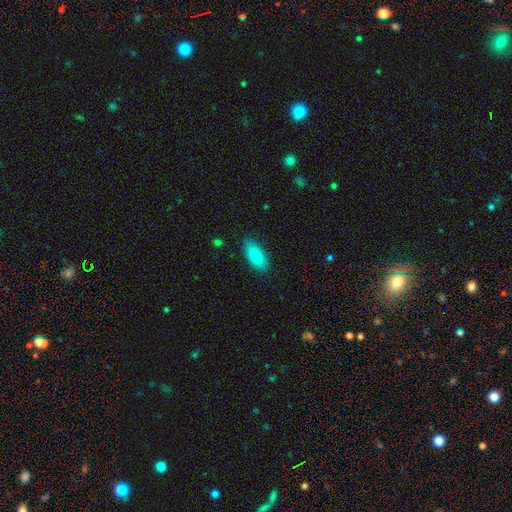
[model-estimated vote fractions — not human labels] Smooth or featured?
  - smooth: 85% *
  - featured or disk: 9%
  - star or artifact: 6%
How rounded?
  - in between: 86% *
  - cigar-shaped: 11%
  - round: 2%
Merging?
  - none: 86% *
  - minor disturbance: 10%
  - major disturbance: 2%
  - merger: 1%